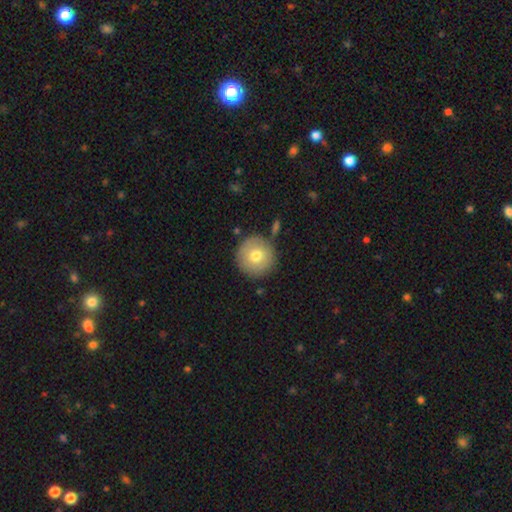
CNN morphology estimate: The model was most divided on "smooth or featured": smooth: 76%, featured or disk: 16%, star or artifact: 8%. More confident: how rounded — round (96%); merging — none (82%).